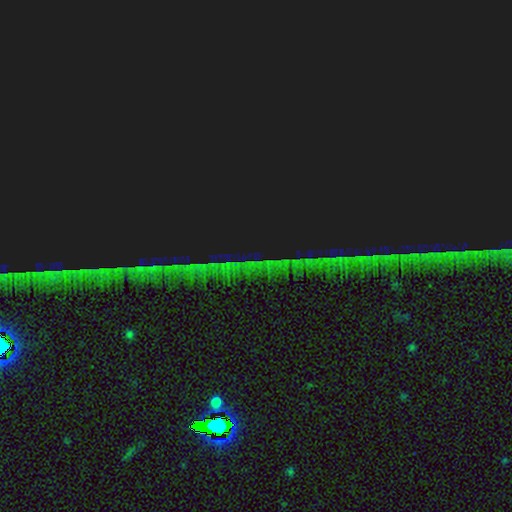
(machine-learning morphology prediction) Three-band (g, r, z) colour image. It shows a star or artifact, not a galaxy (87%).